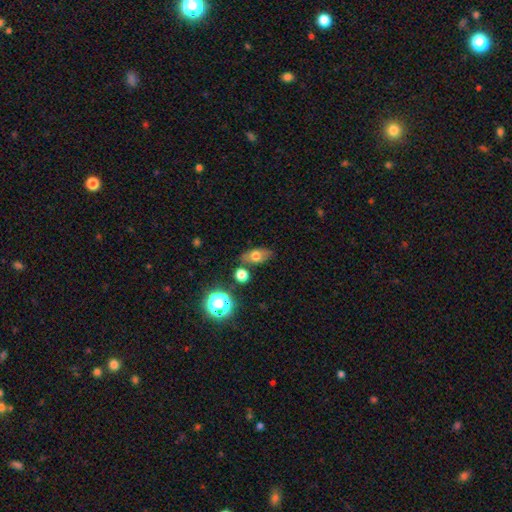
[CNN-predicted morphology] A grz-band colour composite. It shows a smooth galaxy with no disk features (65%) that is in between round and cigar-shaped (76%). Merging: none (73%).